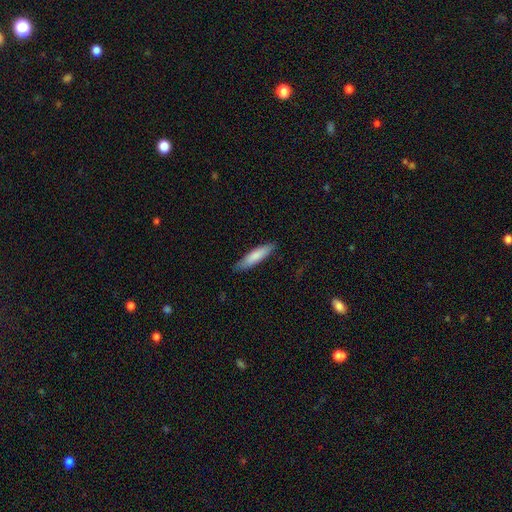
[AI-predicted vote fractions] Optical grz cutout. It shows a smooth galaxy with no disk features (82%) that is cigar-shaped (74%). Merging: none (84%).